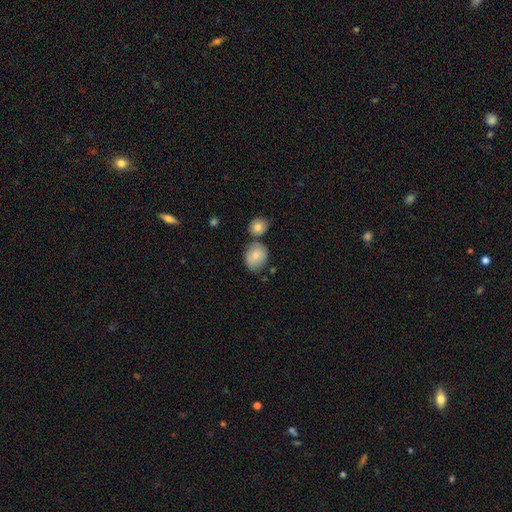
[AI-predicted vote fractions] Smooth or featured: smooth — 81% (featured or disk — 12%)
How rounded: round — 64% (in between — 35%)
Merging: none — 57% (merger — 22%)